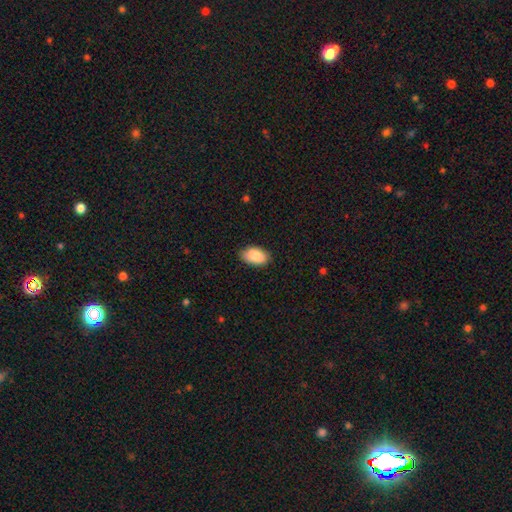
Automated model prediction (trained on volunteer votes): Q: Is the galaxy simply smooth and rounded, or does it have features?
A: smooth — 88%.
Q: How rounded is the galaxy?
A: in between — 94%.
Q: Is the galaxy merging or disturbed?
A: none — 81%.